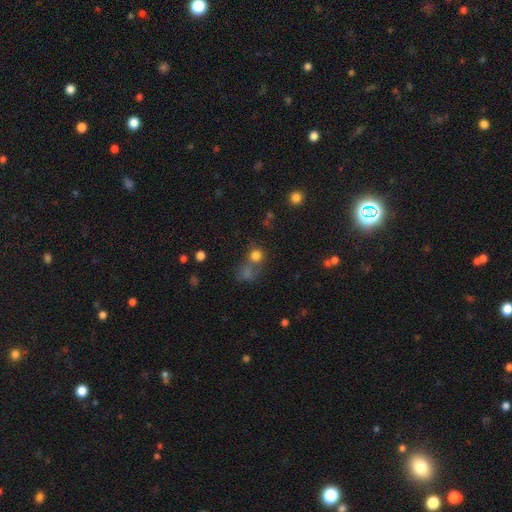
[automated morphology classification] The model was most divided on "merging": none: 49%, merger: 33%, minor disturbance: 10%, major disturbance: 8%. More confident: how rounded — round (84%); smooth or featured — smooth (75%).